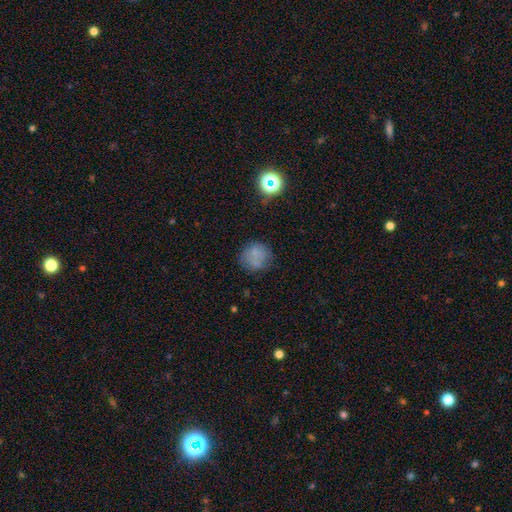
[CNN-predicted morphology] A smooth galaxy with no disk features (69%) that is round (84%). Merging: none (63%).